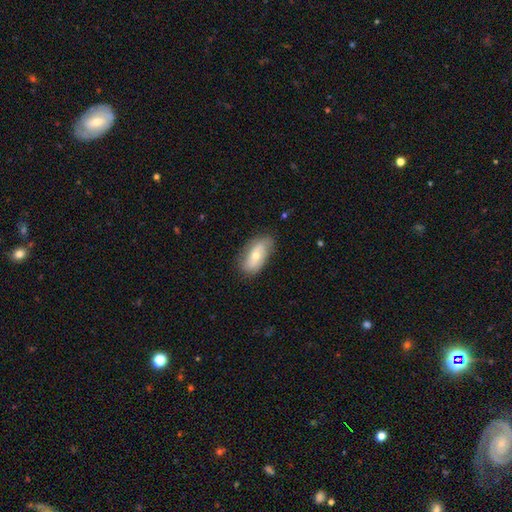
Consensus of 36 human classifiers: smooth_or_featured: featured or disk (p=0.50) [alt: smooth p=0.47]
disk_edge_on: no (p=0.83) [alt: yes p=0.17]
bar: no (p=0.53) [alt: weak p=0.33]
has_spiral_arms: yes (p=0.73) [alt: no p=0.27]
spiral_winding: tight (p=0.36) [tied with: loose p=0.36]
spiral_arm_count: 2 (p=0.64) [alt: can't tell p=0.27]
bulge_size: moderate (p=0.47) [alt: small p=0.33]
merging: none (p=0.69) [alt: minor disturbance p=0.17]